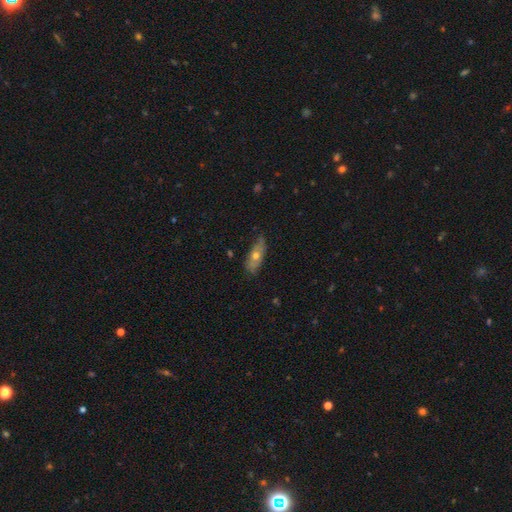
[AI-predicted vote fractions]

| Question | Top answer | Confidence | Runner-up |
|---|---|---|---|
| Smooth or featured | smooth | 49% | featured or disk (44%) |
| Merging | none | 69% | minor disturbance (25%) |